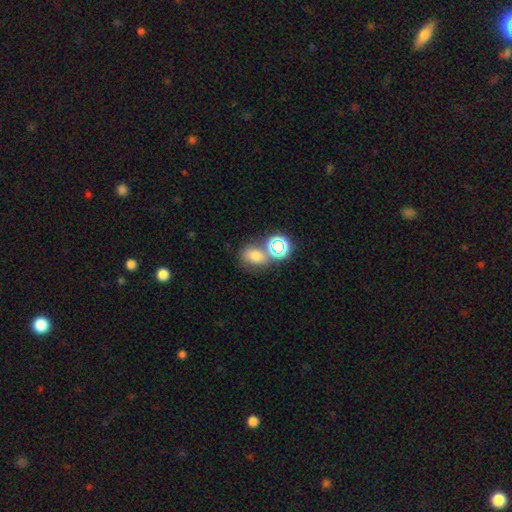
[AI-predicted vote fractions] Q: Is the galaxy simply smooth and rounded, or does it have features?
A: smooth — 62%.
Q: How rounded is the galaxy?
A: round — 50%.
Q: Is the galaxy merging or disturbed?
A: none — 53%.